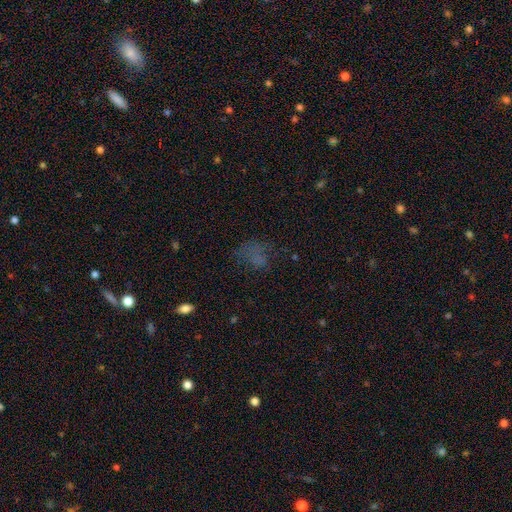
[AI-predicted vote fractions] Smooth or featured: smooth — 53% (star or artifact — 27%)
How rounded: in between — 67% (round — 30%)
Merging: none — 45% (major disturbance — 30%)